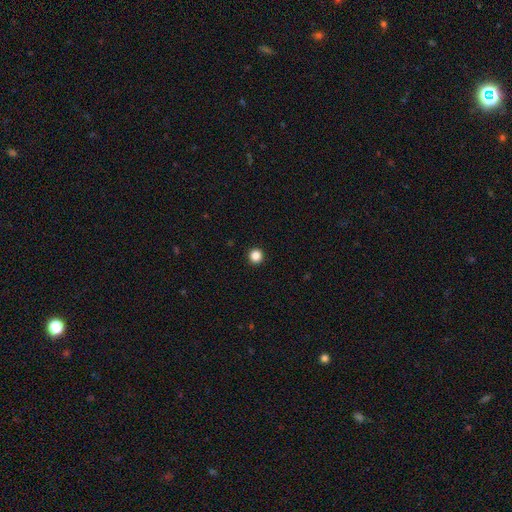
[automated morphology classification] smooth_or_featured: smooth (p=0.86) [alt: star or artifact p=0.11]
how_rounded: round (p=0.96) [alt: in between p=0.03]
merging: none (p=0.94) [alt: minor disturbance p=0.04]